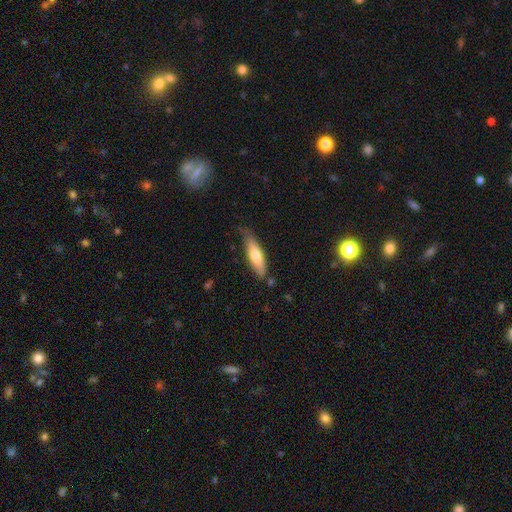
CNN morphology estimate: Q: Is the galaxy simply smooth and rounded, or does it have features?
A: smooth — 67%.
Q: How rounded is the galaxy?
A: cigar-shaped — 57%.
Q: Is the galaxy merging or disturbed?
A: none — 66%.